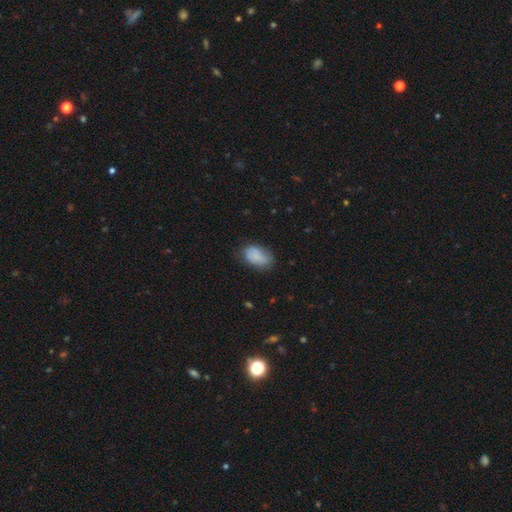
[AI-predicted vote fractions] Smooth or featured?
  - smooth: 83% *
  - featured or disk: 9%
  - star or artifact: 7%
How rounded?
  - in between: 91% *
  - round: 8%
  - cigar-shaped: 2%
Merging?
  - none: 63% *
  - minor disturbance: 28%
  - major disturbance: 7%
  - merger: 2%